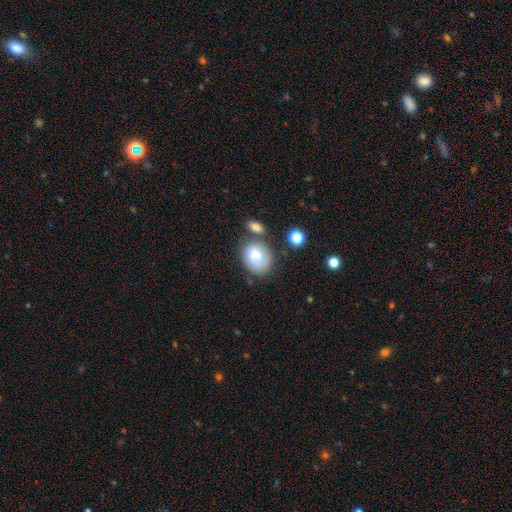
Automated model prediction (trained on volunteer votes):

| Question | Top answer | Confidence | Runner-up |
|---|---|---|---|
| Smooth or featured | smooth | 74% | featured or disk (17%) |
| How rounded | in between | 50% | round (49%) |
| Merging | none | 51% | minor disturbance (22%) |